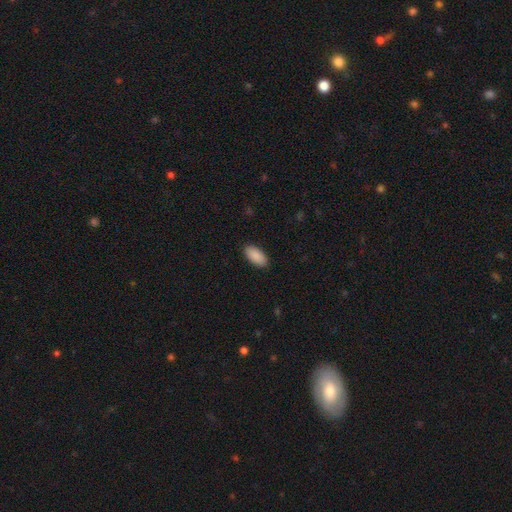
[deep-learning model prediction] This appears to be a smooth galaxy with no disk features (91%) that is in between round and cigar-shaped (94%). Merging: none (90%).